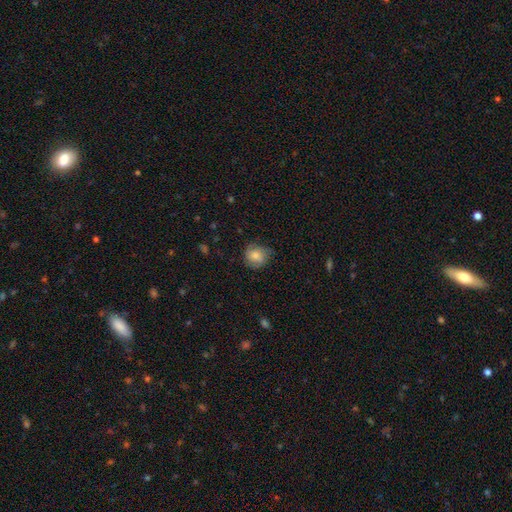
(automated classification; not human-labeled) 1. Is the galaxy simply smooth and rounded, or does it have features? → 67% smooth, 25% featured or disk, 8% star or artifact.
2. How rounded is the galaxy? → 82% round, 17% in between, 1% cigar-shaped.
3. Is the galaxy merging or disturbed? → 69% none, 23% minor disturbance, 7% major disturbance, 1% merger.